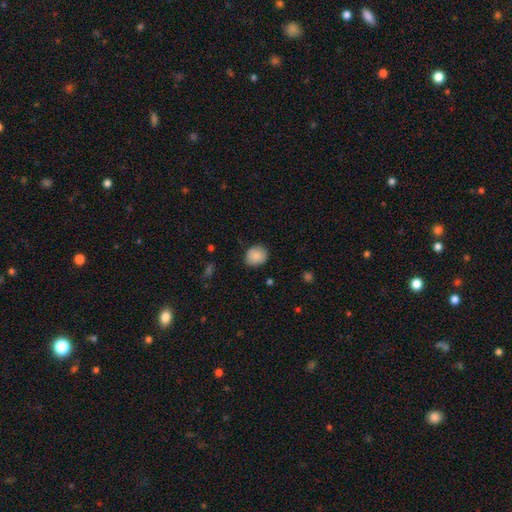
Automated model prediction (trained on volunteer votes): This appears to be a smooth galaxy with no disk features (86%) that is round (71%). Merging: none (84%).